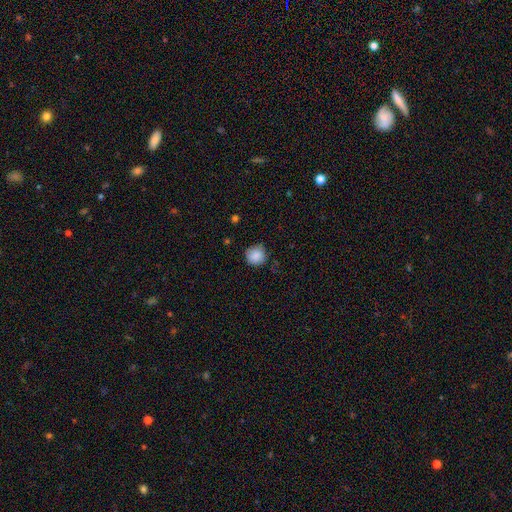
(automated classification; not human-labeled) The model was most divided on "merging": none: 77%, minor disturbance: 18%, major disturbance: 3%, merger: 1%. More confident: how rounded — round (92%); smooth or featured — smooth (87%).